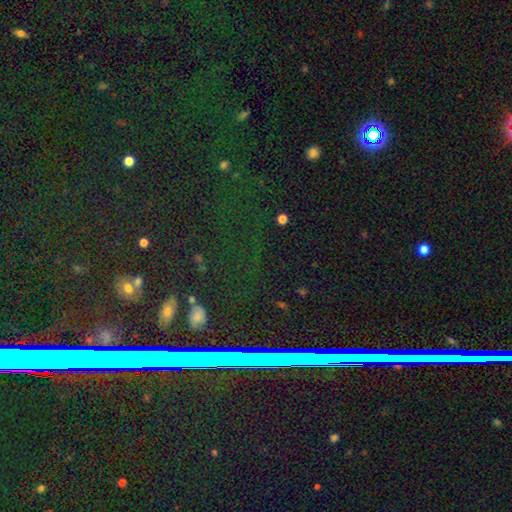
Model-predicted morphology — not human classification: type=star or artifact (82%).